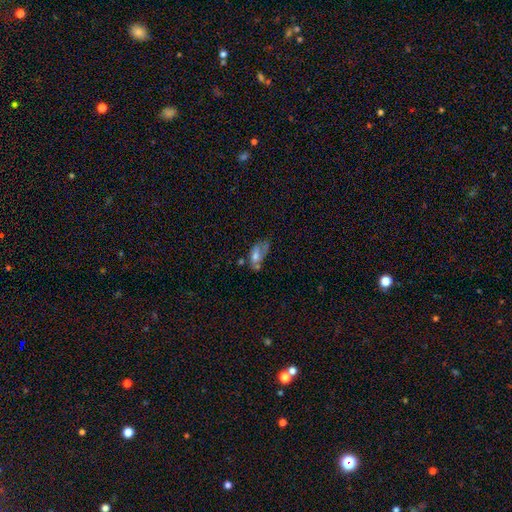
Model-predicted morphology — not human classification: This is possibly a smooth galaxy (57%). How rounded: clearly in between (87%). Merging: marginally none (27%, tied with minor disturbance).